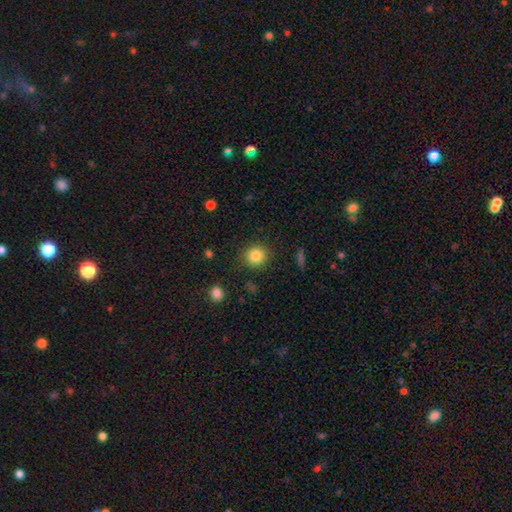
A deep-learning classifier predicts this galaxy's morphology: A smooth galaxy with no disk features (84%) that is round (88%).

Vote fractions:
- Smooth or featured? smooth: 84% / star or artifact: 10% / featured or disk: 6%
- How rounded? round: 88% / in between: 11% / cigar-shaped: 1%
- Merging? none: 88% / minor disturbance: 8% / major disturbance: 3% / merger: 2%